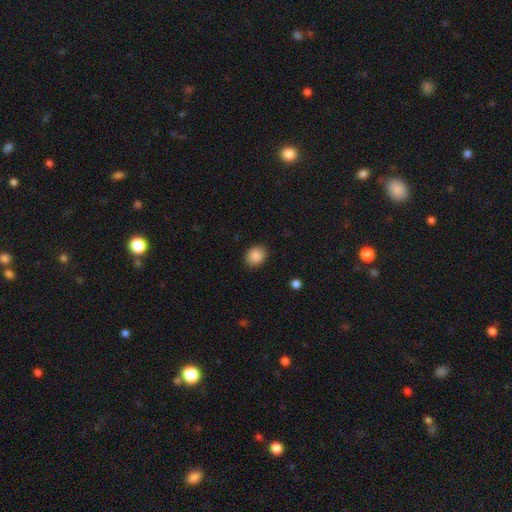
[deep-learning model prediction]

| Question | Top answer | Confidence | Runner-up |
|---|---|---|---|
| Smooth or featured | smooth | 88% | star or artifact (8%) |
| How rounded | round | 61% | in between (38%) |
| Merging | none | 87% | minor disturbance (9%) |